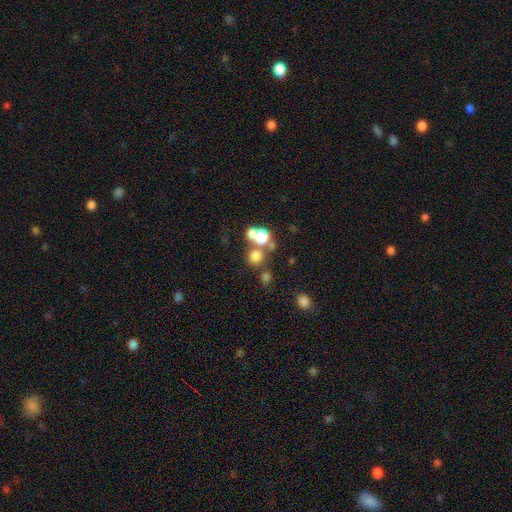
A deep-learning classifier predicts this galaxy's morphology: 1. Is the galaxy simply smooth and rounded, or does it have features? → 69% smooth, 18% star or artifact, 13% featured or disk.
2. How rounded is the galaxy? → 84% round, 14% in between, 1% cigar-shaped.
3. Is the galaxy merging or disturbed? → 51% none, 36% merger, 7% minor disturbance, 5% major disturbance.